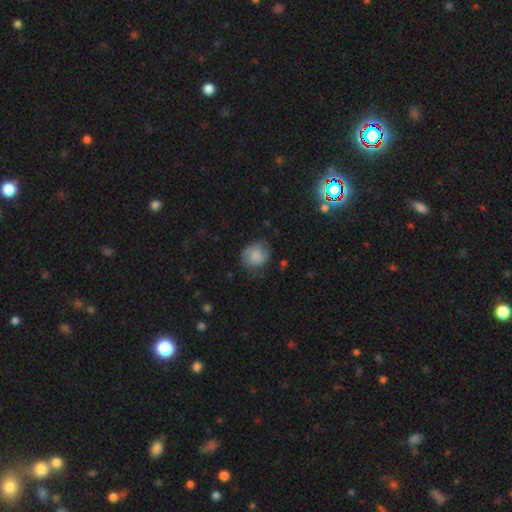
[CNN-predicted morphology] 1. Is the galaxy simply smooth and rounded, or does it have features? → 66% smooth, 25% featured or disk, 9% star or artifact.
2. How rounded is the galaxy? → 75% round, 24% in between, 1% cigar-shaped.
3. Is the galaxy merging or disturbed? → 69% none, 22% minor disturbance, 7% major disturbance, 1% merger.